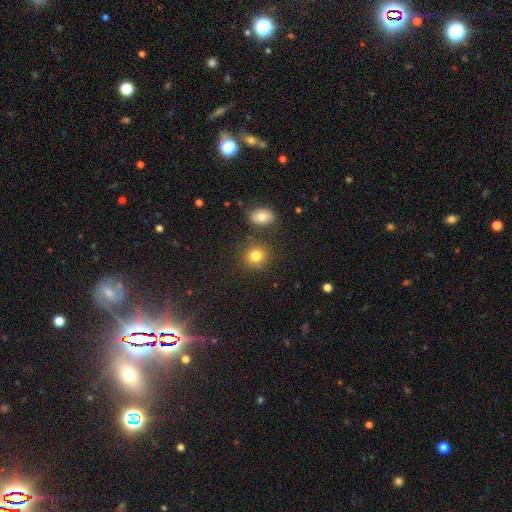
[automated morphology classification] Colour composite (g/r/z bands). It shows a smooth galaxy with no disk features (80%) that is round (76%). Merging: none (77%).